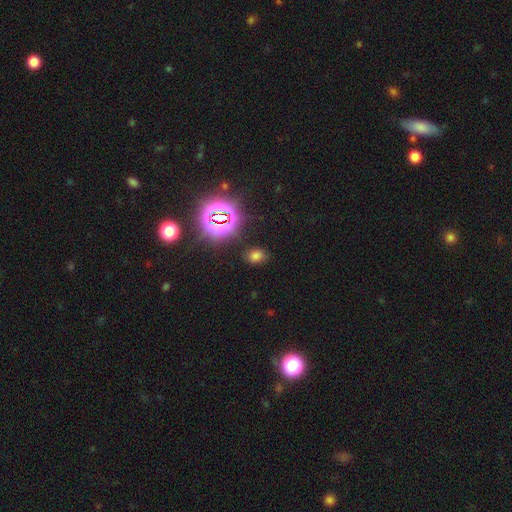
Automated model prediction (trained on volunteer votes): Smooth or featured?
  - smooth: 63% *
  - star or artifact: 30%
  - featured or disk: 7%
How rounded?
  - in between: 61% *
  - round: 37%
  - cigar-shaped: 1%
Merging?
  - none: 81% *
  - minor disturbance: 12%
  - major disturbance: 4%
  - merger: 3%